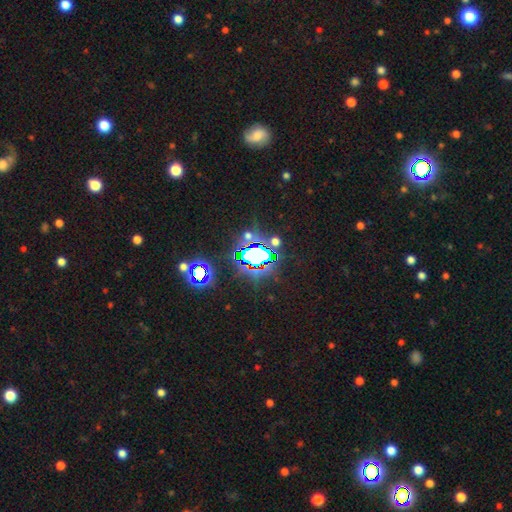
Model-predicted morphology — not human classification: The model was most divided on "smooth or featured": star or artifact: 71%, smooth: 17%, featured or disk: 12%.